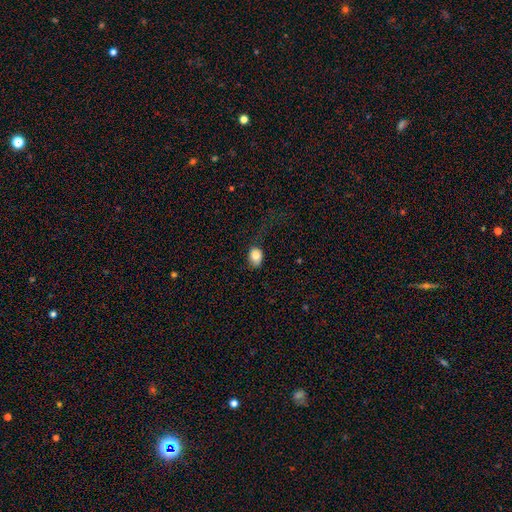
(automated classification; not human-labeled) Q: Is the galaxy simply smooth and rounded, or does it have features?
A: smooth — 86%.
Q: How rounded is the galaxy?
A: in between — 63%.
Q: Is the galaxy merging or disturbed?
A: none — 59%.